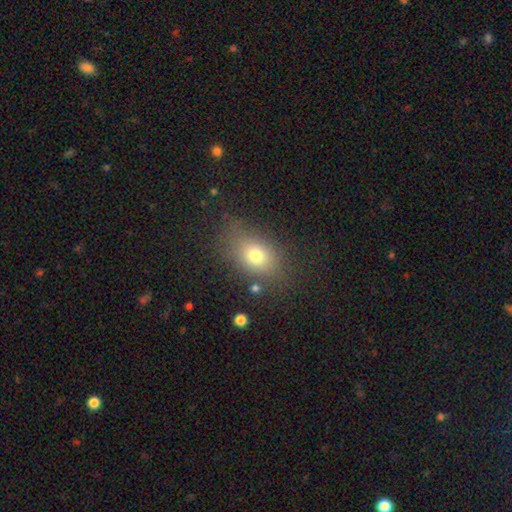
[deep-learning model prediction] Smooth or featured?
  - smooth: 74% *
  - star or artifact: 14%
  - featured or disk: 13%
How rounded?
  - in between: 71% *
  - round: 26%
  - cigar-shaped: 2%
Merging?
  - none: 71% *
  - minor disturbance: 17%
  - major disturbance: 8%
  - merger: 3%